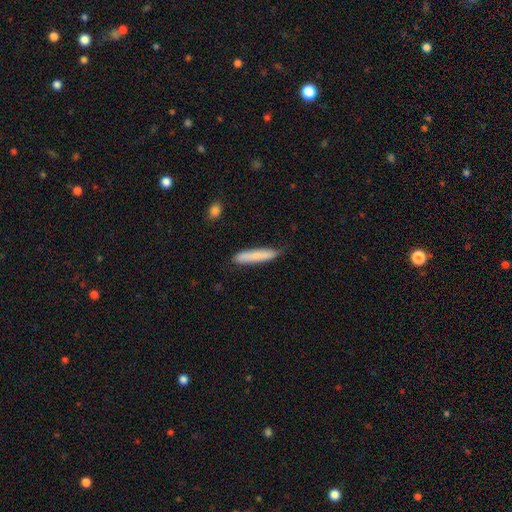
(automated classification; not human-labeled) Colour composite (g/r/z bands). It shows a smooth galaxy with no disk features (79%) that is cigar-shaped (88%). Merging: none (79%).